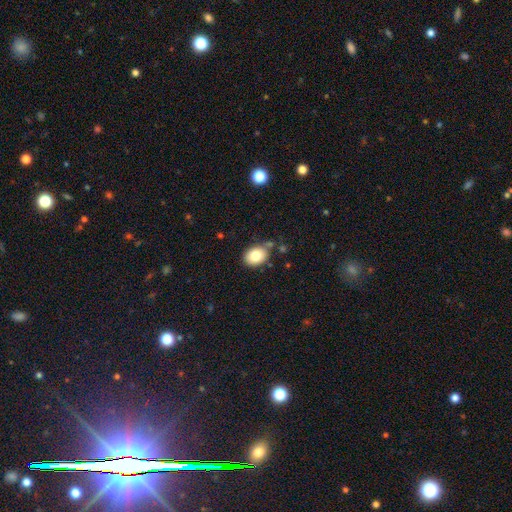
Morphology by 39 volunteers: smooth-or-featured: smooth: 85% | featured or disk: 10% | star or artifact: 5%
  how-rounded: in between: 64% | round: 36% | cigar-shaped: 0%
  merging: none: 76% | merger: 14% | minor disturbance: 8% | major disturbance: 3%